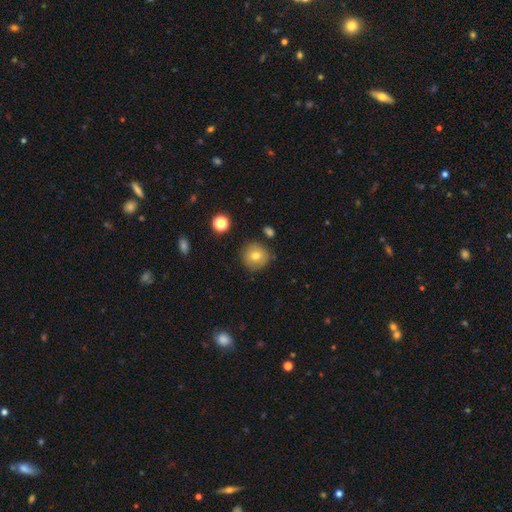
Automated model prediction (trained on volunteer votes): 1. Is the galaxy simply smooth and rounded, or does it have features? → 76% smooth, 13% featured or disk, 11% star or artifact.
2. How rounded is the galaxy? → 93% round, 6% in between, 1% cigar-shaped.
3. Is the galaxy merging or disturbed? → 81% none, 13% minor disturbance, 3% merger, 3% major disturbance.